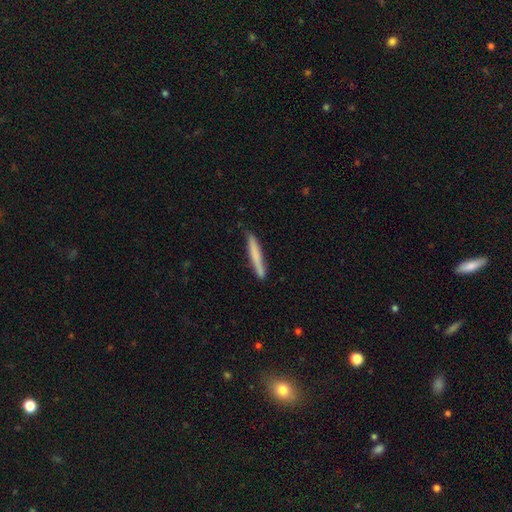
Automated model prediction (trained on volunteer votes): The model was most divided on "smooth or featured": smooth: 69%, featured or disk: 25%, star or artifact: 6%. More confident: how rounded — cigar-shaped (96%); merging — none (83%).